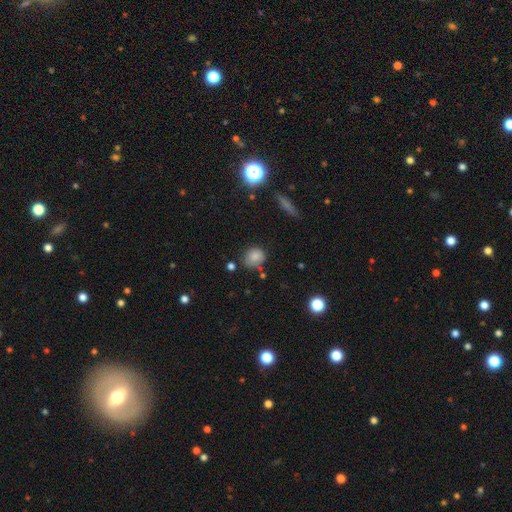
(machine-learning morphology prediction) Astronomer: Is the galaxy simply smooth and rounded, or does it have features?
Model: smooth — 80%.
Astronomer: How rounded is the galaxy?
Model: round — 74%.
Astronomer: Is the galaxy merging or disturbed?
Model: none — 70%.